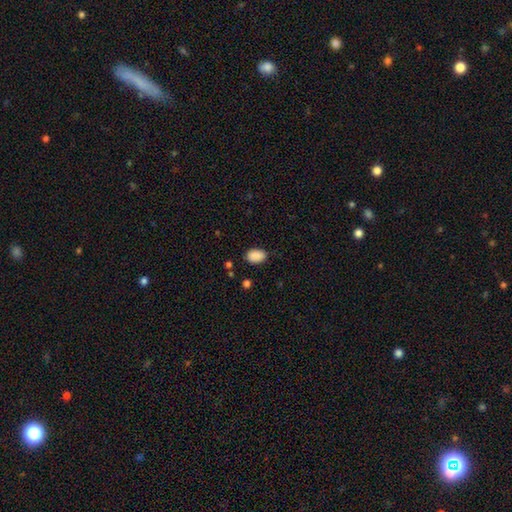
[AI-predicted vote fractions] A smooth galaxy with no disk features (89%) that is in between round and cigar-shaped (87%).

Vote fractions:
- Smooth or featured? smooth: 89% / star or artifact: 8% / featured or disk: 3%
- How rounded? in between: 87% / round: 12% / cigar-shaped: 1%
- Merging? none: 83% / minor disturbance: 12% / major disturbance: 3% / merger: 2%